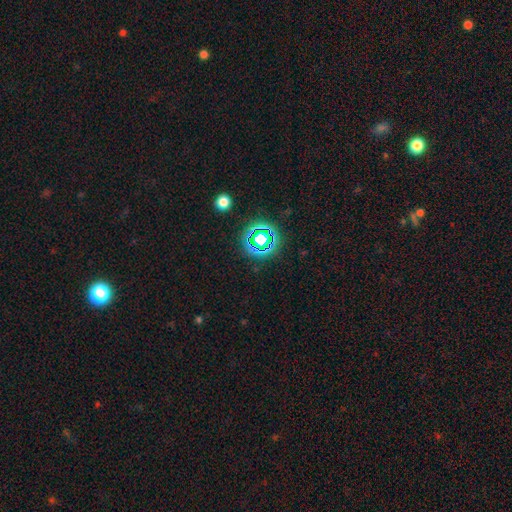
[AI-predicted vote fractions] This is likely a star or artifact rather than a galaxy (70%).